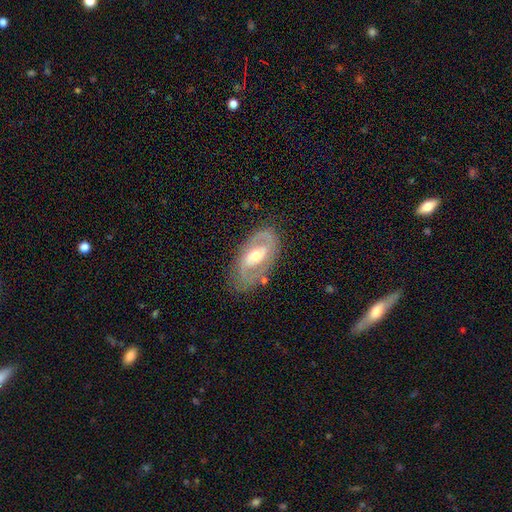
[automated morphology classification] Smooth or featured?
  - featured or disk: 80% *
  - smooth: 15%
  - star or artifact: 5%
Edge-on disk?
  - no: 94% *
  - yes: 6%
Bar?
  - weak: 40% *
  - no: 34%
  - strong: 26%
Spiral arms?
  - yes: 77% *
  - no: 23%
Spiral winding?
  - medium: 46% *
  - tight: 35%
  - loose: 19%
Spiral arm count?
  - 2: 80% *
  - can't tell: 11%
  - 1: 5%
  - 3: 1%
  - 4: 1%
  - more than 4: 1%
Bulge size?
  - moderate: 67% *
  - small: 25%
  - large: 6%
  - none: 1%
  - dominant: 1%
Merging?
  - none: 76% *
  - minor disturbance: 15%
  - major disturbance: 6%
  - merger: 2%